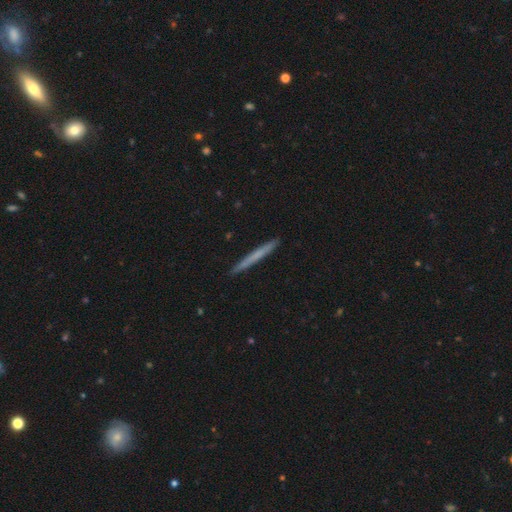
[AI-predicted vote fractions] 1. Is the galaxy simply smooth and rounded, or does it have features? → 57% smooth, 37% featured or disk, 6% star or artifact.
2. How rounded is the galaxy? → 97% cigar-shaped, 2% in between, 1% round.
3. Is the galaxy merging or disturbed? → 92% none, 6% minor disturbance, 1% major disturbance, 1% merger.